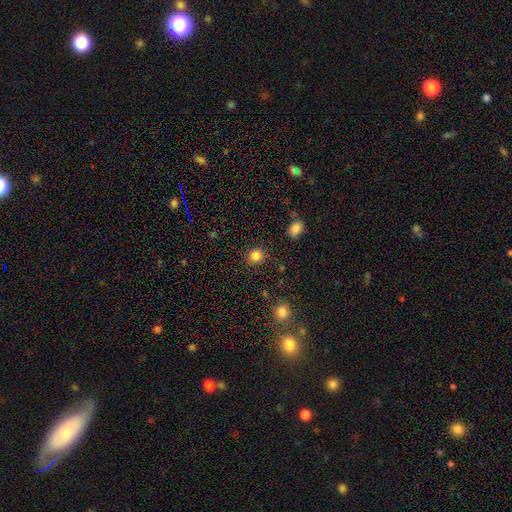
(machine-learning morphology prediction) type=smooth (84%); roundness=round (87%); merging=none (89%).